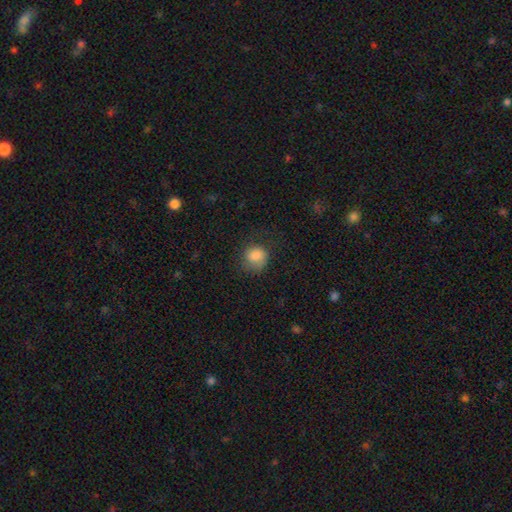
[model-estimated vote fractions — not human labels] smooth-or-featured: smooth: 80% | featured or disk: 11% | star or artifact: 9%
  how-rounded: round: 74% | in between: 25% | cigar-shaped: 1%
  merging: none: 60% | minor disturbance: 24% | major disturbance: 14% | merger: 1%